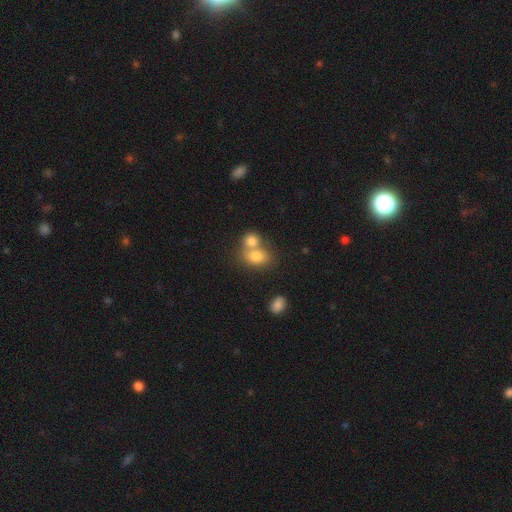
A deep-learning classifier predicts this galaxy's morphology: Smooth or featured? smooth (78%)
How rounded? in between (61%)
Merging? merger (55%)